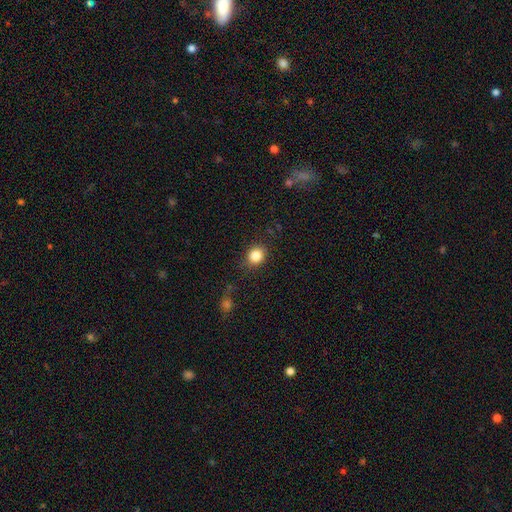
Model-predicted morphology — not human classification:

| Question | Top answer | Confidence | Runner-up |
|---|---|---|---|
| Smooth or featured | smooth | 84% | star or artifact (11%) |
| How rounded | round | 72% | in between (27%) |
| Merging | none | 84% | minor disturbance (11%) |